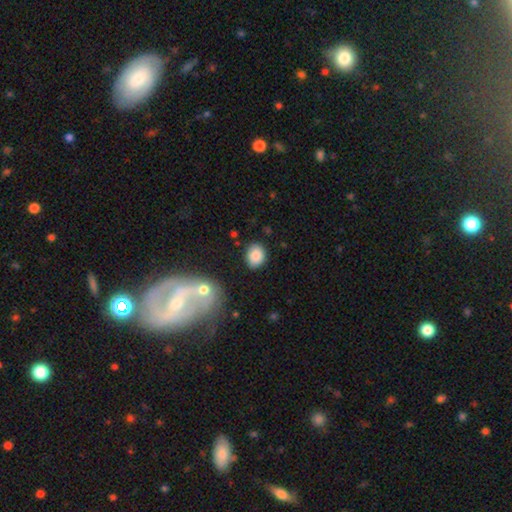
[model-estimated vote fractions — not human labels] Smooth or featured? smooth (85%)
How rounded? in between (54%)
Merging? none (85%)